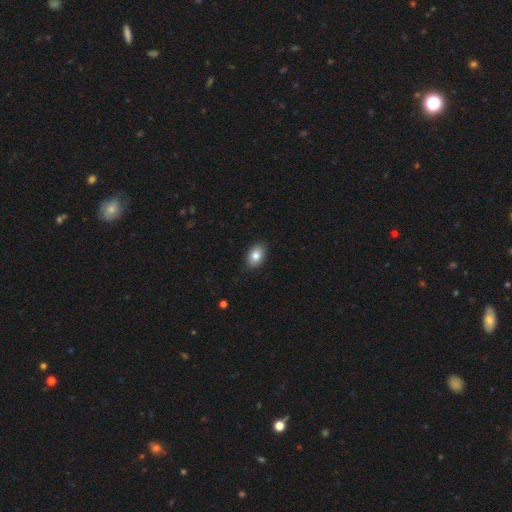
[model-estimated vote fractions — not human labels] smooth 83%, featured or disk 9%, star or artifact 8%. Down the decision tree: how rounded — in between (83%); merging — none (85%).